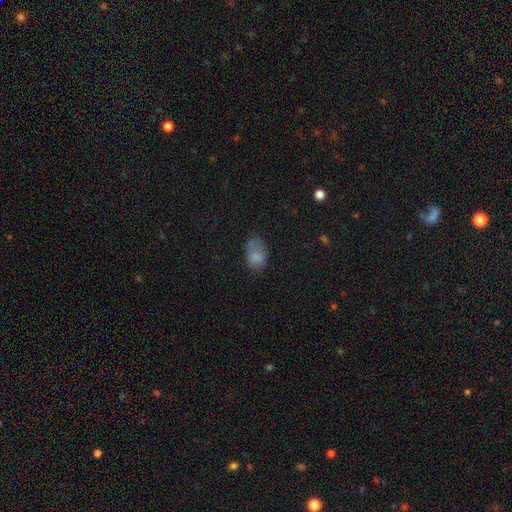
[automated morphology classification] Smooth or featured? smooth (75%)
How rounded? in between (86%)
Merging? none (46%)